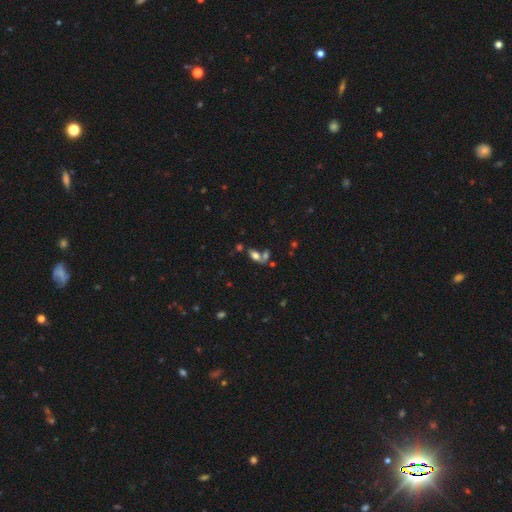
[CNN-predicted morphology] smooth 69%, featured or disk 18%, star or artifact 13%. Down the decision tree: how rounded — in between (86%); merging — merger (45%).